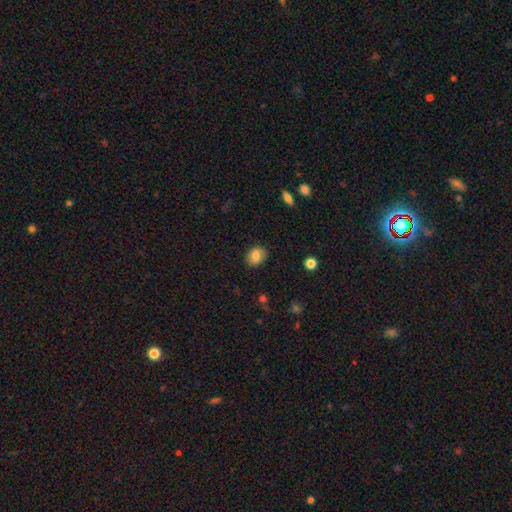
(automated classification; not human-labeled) Smooth or featured?
  - smooth: 82% *
  - featured or disk: 9%
  - star or artifact: 9%
How rounded?
  - in between: 59% *
  - round: 40%
  - cigar-shaped: 1%
Merging?
  - none: 85% *
  - minor disturbance: 11%
  - major disturbance: 3%
  - merger: 1%